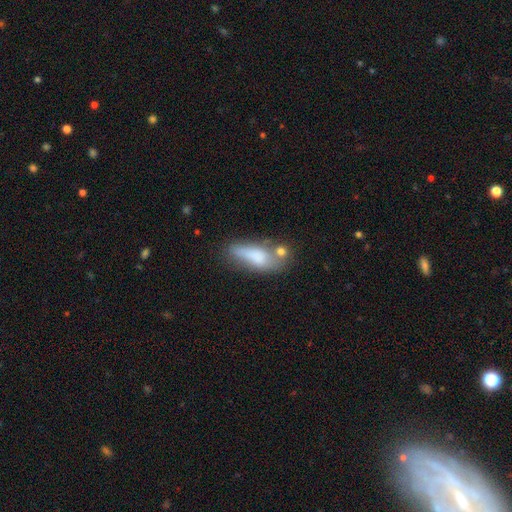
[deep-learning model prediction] smooth_or_featured: smooth (p=0.67) [alt: featured or disk p=0.24]
how_rounded: in between (p=0.62) [alt: cigar-shaped p=0.34]
merging: none (p=0.38) [alt: minor disturbance p=0.25]